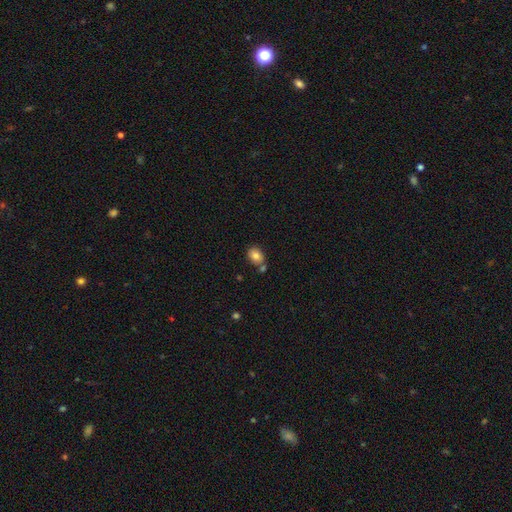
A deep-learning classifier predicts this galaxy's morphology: A smooth galaxy with no disk features (82%) that is in between round and cigar-shaped (63%). Merging: none (65%).